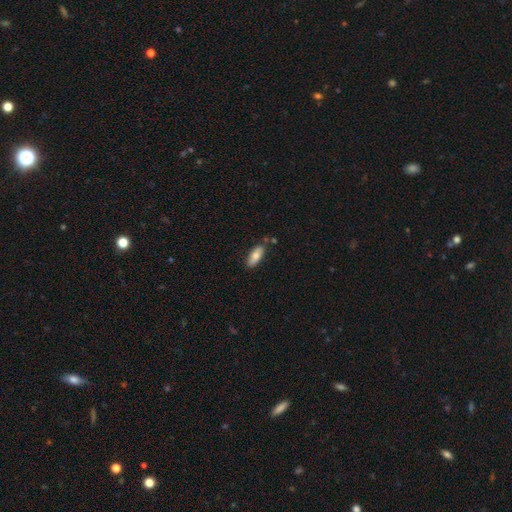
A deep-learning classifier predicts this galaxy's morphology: This is likely a smooth galaxy (77%). How rounded: likely in between (76%). Merging: likely none (77%).